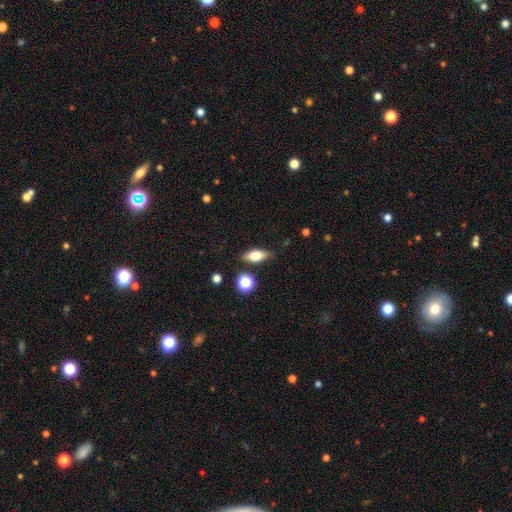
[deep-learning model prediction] Morphology: type=smooth (68%); roundness=in between (76%); merging=none (82%).